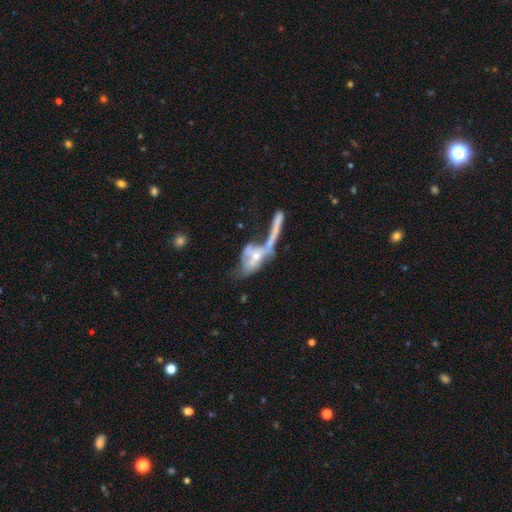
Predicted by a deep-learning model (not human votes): Q: Smooth or featured?
A: featured or disk (57%); runner-up: smooth (33%)
Q: Edge-on disk?
A: no (77%); runner-up: yes (23%)
Q: Merging?
A: merger (55%); runner-up: major disturbance (21%)